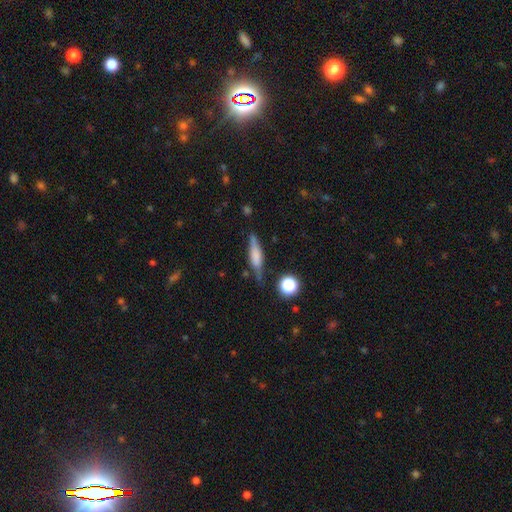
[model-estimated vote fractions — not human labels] Morphology: type=featured or disk (47%); merging=none (71%).